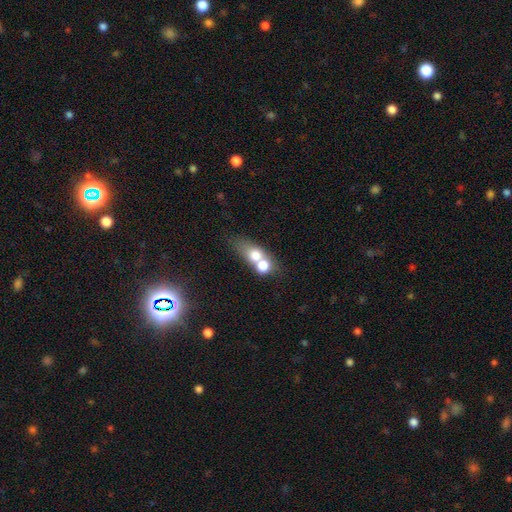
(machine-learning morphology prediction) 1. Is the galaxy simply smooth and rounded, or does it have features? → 64% smooth, 26% featured or disk, 11% star or artifact.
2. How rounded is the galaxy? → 53% in between, 36% round, 12% cigar-shaped.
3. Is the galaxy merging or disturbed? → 64% merger, 24% none, 7% minor disturbance, 5% major disturbance.